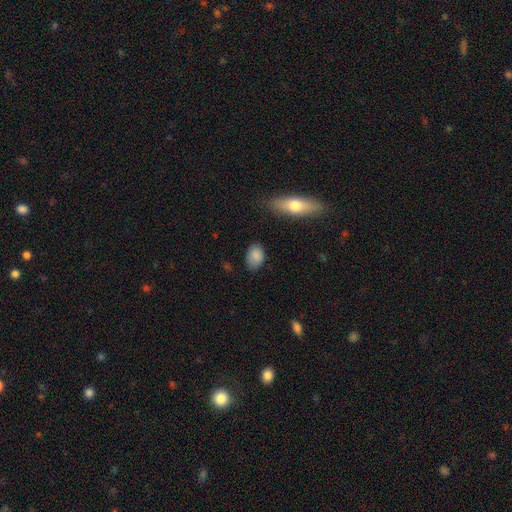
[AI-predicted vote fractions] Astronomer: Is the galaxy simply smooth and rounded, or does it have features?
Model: smooth — 85%.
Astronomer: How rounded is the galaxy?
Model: in between — 80%.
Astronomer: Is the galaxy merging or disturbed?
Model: none — 73%.